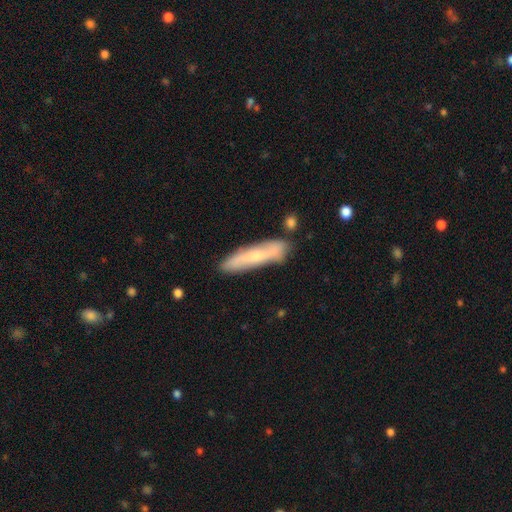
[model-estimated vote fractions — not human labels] A smooth galaxy with no disk features (54%) that is cigar-shaped (85%).

Vote fractions:
- Smooth or featured? smooth: 54% / featured or disk: 39% / star or artifact: 7%
- How rounded? cigar-shaped: 85% / in between: 13% / round: 2%
- Merging? none: 77% / minor disturbance: 15% / merger: 5% / major disturbance: 3%